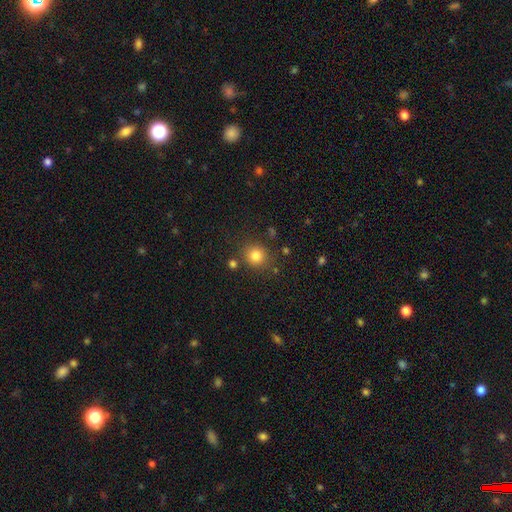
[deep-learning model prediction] smooth-or-featured: smooth: 82% | star or artifact: 12% | featured or disk: 6%
  how-rounded: round: 88% | in between: 11% | cigar-shaped: 1%
  merging: none: 82% | minor disturbance: 9% | merger: 5% | major disturbance: 3%